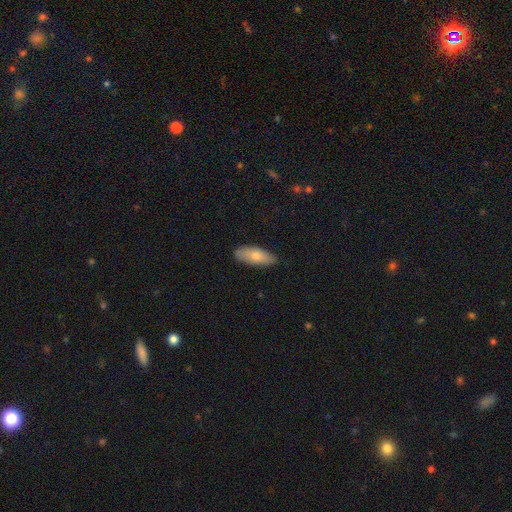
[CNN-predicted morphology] Smooth or featured? smooth (76%)
How rounded? in between (73%)
Merging? none (83%)